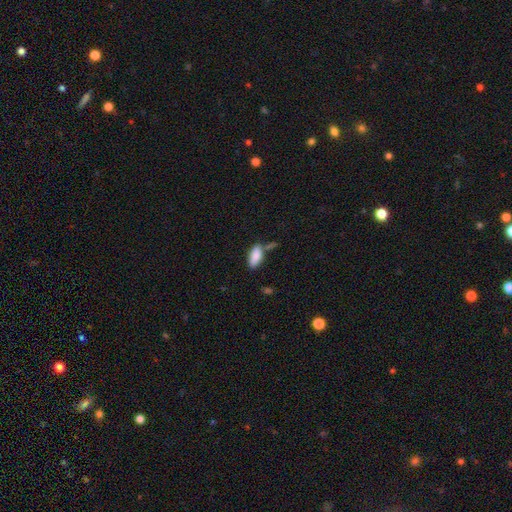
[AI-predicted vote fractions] Morphology: type=smooth (86%); roundness=in between (88%); merging=none (60%).